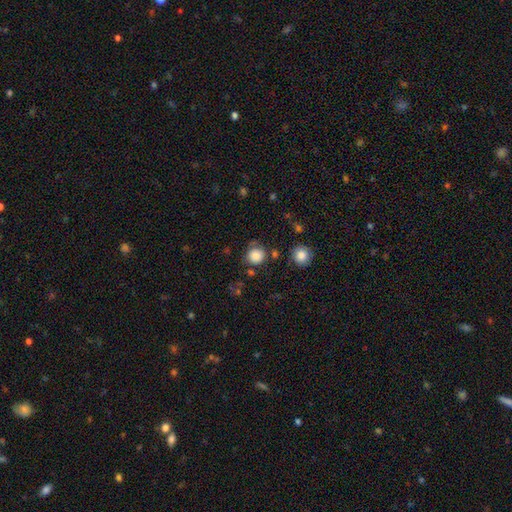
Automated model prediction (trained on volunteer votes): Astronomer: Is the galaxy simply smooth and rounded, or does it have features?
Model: smooth — 85%.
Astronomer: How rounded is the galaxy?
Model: round — 90%.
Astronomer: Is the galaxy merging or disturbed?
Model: none — 76%.